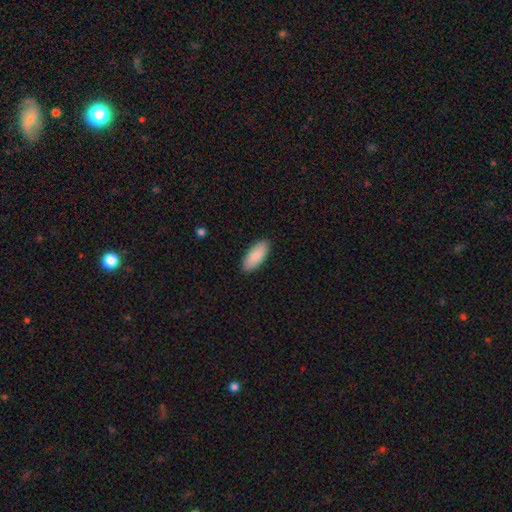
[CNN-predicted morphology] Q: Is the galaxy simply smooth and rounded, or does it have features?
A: smooth — 90%.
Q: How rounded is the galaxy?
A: in between — 84%.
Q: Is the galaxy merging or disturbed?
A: none — 89%.